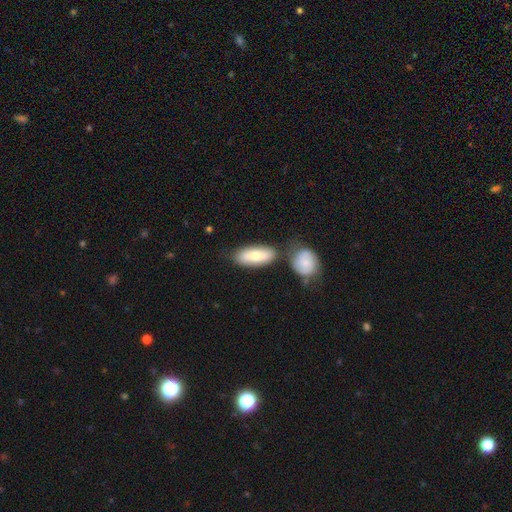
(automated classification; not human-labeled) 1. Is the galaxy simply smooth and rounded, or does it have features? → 72% smooth, 22% featured or disk, 5% star or artifact.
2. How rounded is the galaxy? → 78% in between, 19% cigar-shaped, 3% round.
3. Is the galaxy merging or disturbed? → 65% none, 18% merger, 14% minor disturbance, 4% major disturbance.